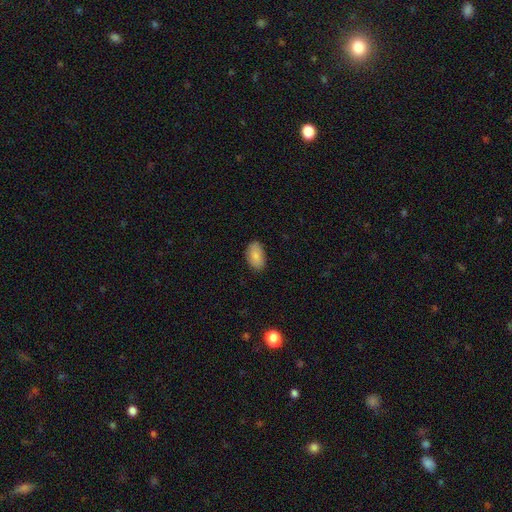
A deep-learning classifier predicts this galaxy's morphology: This appears to be a smooth galaxy with no disk features (84%) that is in between round and cigar-shaped (93%). Merging: none (86%).